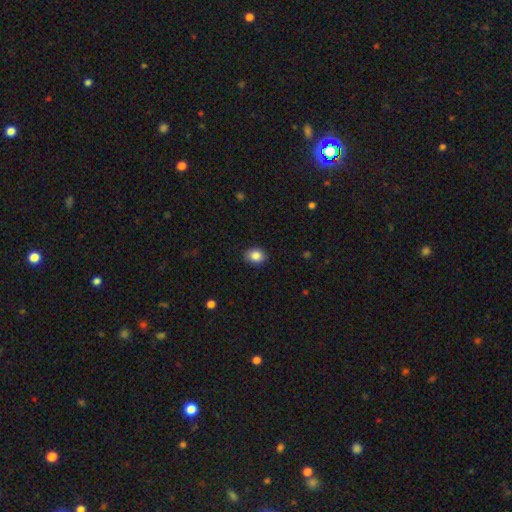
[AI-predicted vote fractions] Smooth or featured: smooth — 86% (star or artifact — 8%)
How rounded: in between — 57% (round — 42%)
Merging: none — 88% (minor disturbance — 9%)